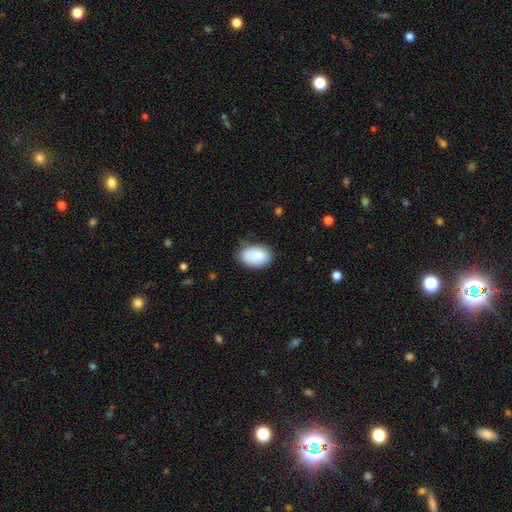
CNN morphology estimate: Smooth or featured? smooth (83%)
How rounded? in between (85%)
Merging? none (70%)